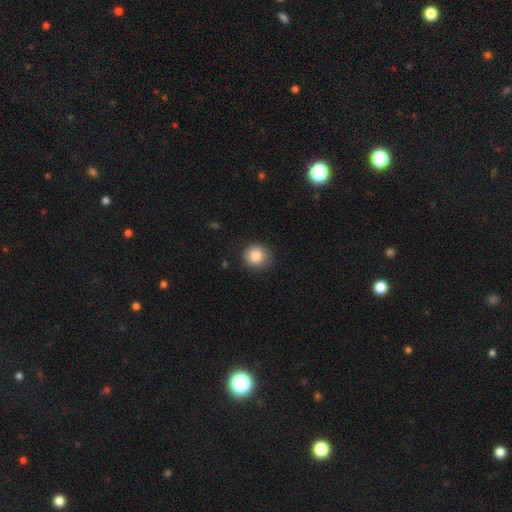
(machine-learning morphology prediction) Smooth or featured? smooth (86%)
How rounded? round (89%)
Merging? none (84%)